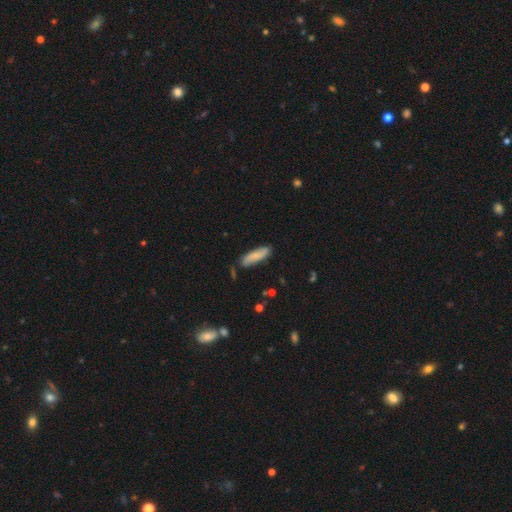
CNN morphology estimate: This is likely a smooth galaxy (76%). How rounded: likely cigar-shaped (63%). Merging: likely none (75%).